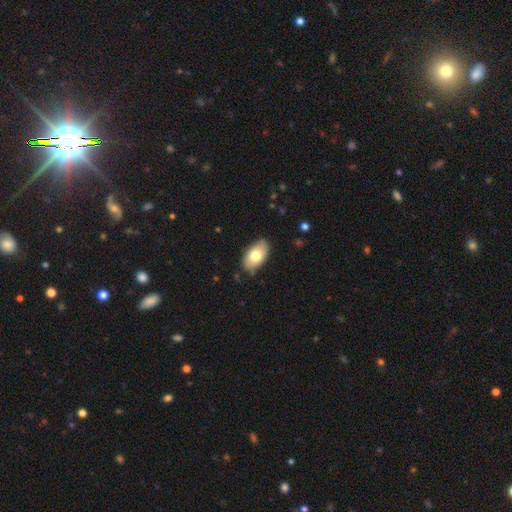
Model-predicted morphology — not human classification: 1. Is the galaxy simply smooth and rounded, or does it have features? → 75% smooth, 19% featured or disk, 6% star or artifact.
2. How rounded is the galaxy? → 94% in between, 4% round, 2% cigar-shaped.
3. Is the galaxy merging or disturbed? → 80% none, 16% minor disturbance, 3% major disturbance, 1% merger.